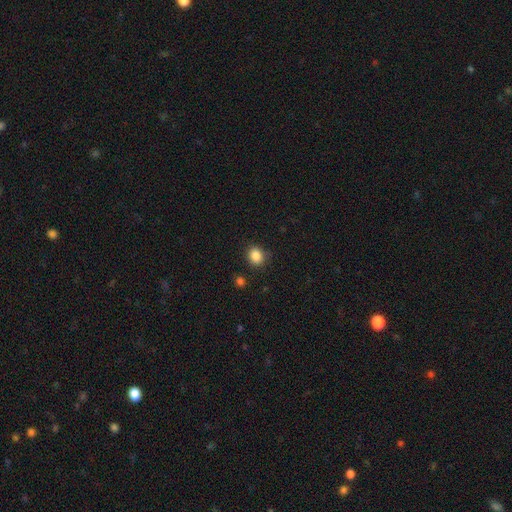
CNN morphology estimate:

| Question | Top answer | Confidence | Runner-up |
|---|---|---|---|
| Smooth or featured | smooth | 86% | star or artifact (10%) |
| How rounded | round | 69% | in between (30%) |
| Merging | none | 85% | minor disturbance (10%) |